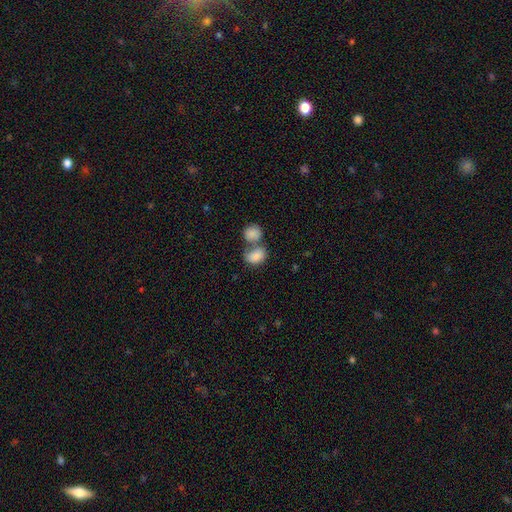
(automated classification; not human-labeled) This is clearly a smooth galaxy (84%). How rounded: likely in between (74%). Merging: possibly merger (59%).